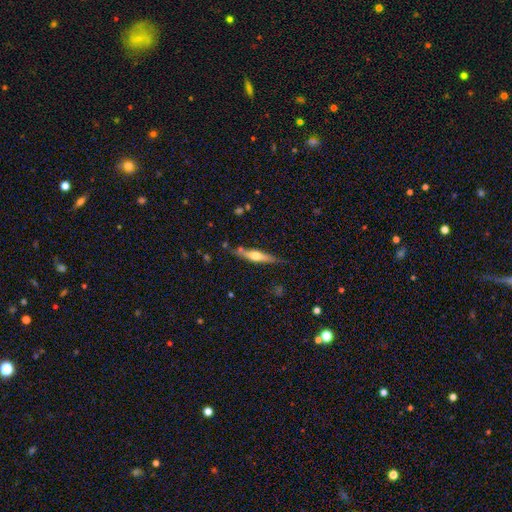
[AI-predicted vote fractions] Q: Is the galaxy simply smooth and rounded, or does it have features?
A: featured or disk — 54%.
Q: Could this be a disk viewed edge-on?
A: yes — 91%.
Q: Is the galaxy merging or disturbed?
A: none — 77%.